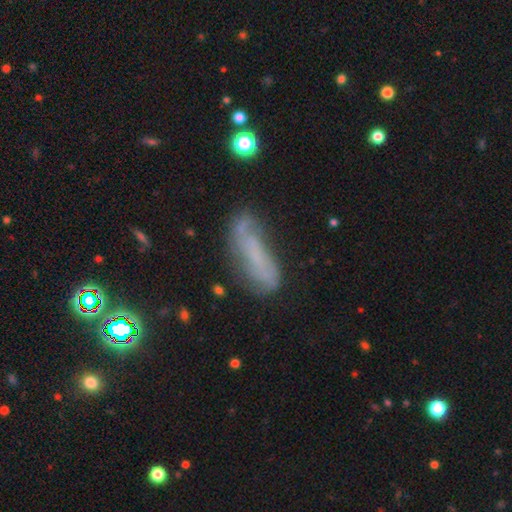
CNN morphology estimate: smooth 48%, featured or disk 36%, star or artifact 16%. Down the decision tree: merging — none (57%).